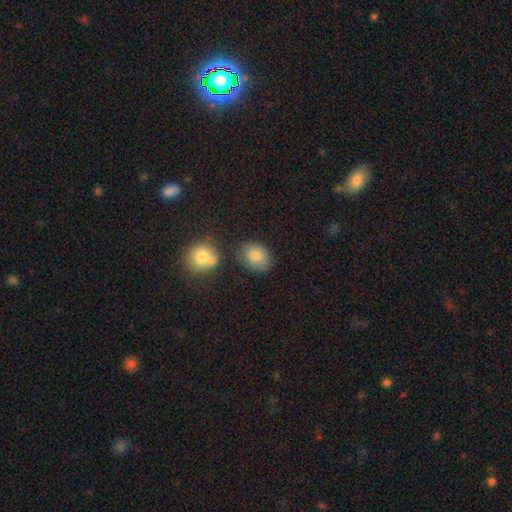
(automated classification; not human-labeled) A smooth galaxy with no disk features (82%) that is in between round and cigar-shaped (57%). Merging: none (74%).